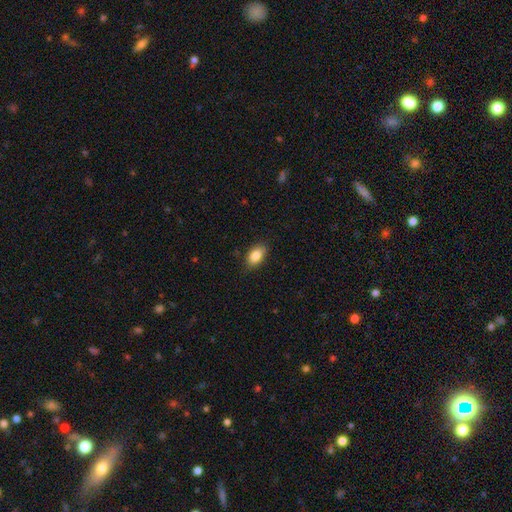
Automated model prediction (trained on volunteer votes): Morphology: type=smooth (85%); roundness=in between (89%); merging=none (84%).